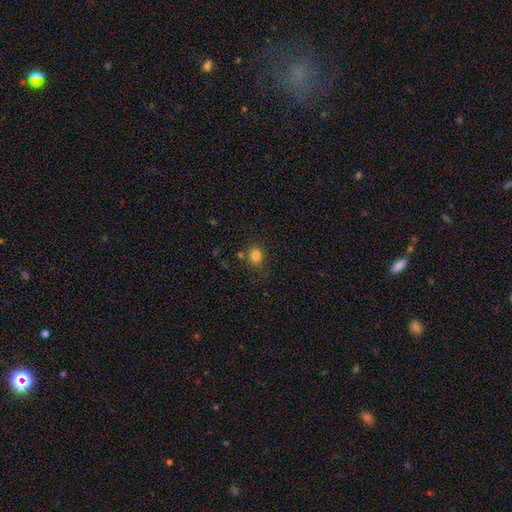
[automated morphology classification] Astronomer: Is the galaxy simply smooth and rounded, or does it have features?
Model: smooth — 82%.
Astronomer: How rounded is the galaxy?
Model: round — 71%.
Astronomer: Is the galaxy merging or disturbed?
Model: none — 78%.